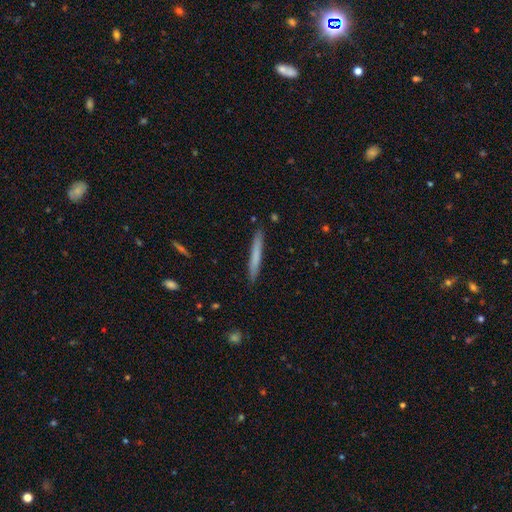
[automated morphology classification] smooth 68%, featured or disk 26%, star or artifact 6%. Down the decision tree: how rounded — cigar-shaped (97%); merging — none (90%).